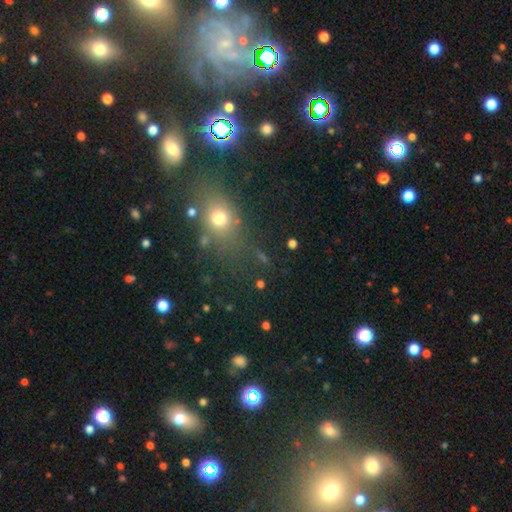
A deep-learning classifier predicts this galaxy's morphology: A smooth galaxy with no disk features (48%). Merging: none (73%).